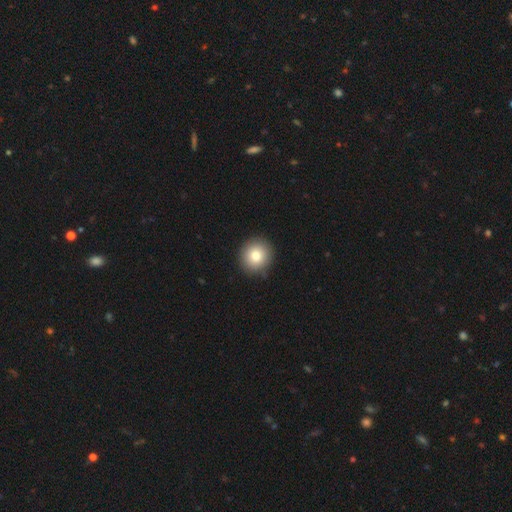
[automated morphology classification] Smooth or featured? Predicted: smooth (p=0.81). How rounded? Predicted: round (p=0.90). Merging? Predicted: none (p=0.90).